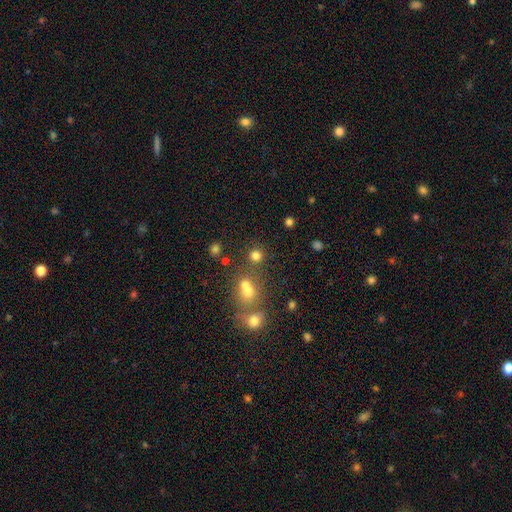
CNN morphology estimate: Overall: smooth (76%). How rounded: round (90%). Merging: none (71%).